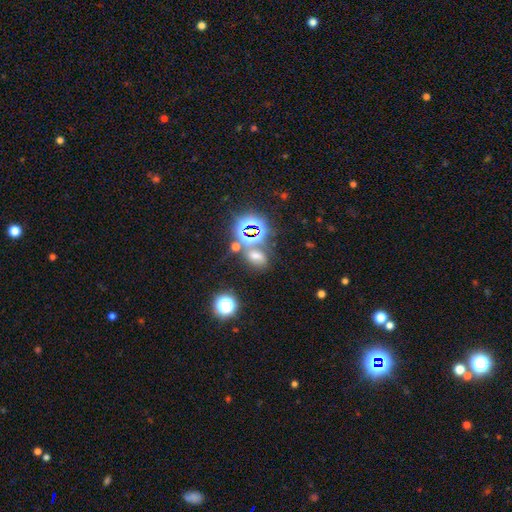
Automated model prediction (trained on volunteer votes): Smooth or featured?
  - smooth: 46% *
  - star or artifact: 42%
  - featured or disk: 11%
Merging?
  - none: 57% *
  - merger: 21%
  - minor disturbance: 14%
  - major disturbance: 8%